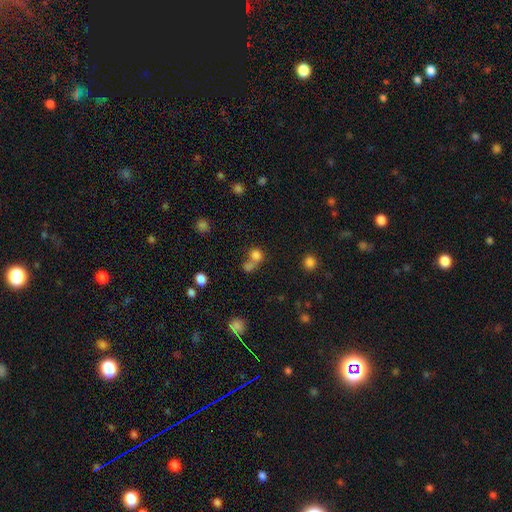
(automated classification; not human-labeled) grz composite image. It shows a smooth galaxy with no disk features (76%) that is round (77%). Merging: merger (50%).